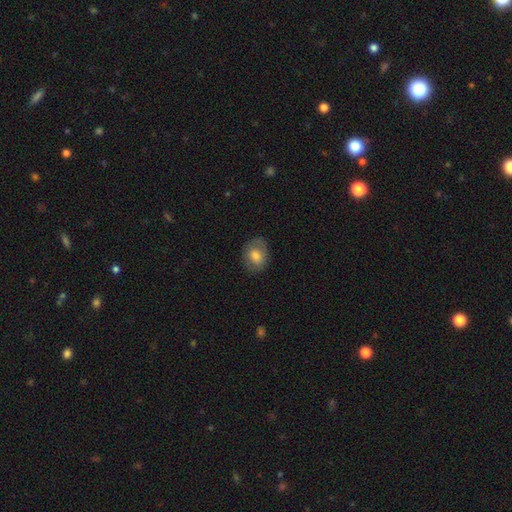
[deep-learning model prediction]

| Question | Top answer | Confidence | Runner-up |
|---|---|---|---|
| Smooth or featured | smooth | 72% | featured or disk (20%) |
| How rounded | in between | 52% | round (47%) |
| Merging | none | 78% | minor disturbance (16%) |